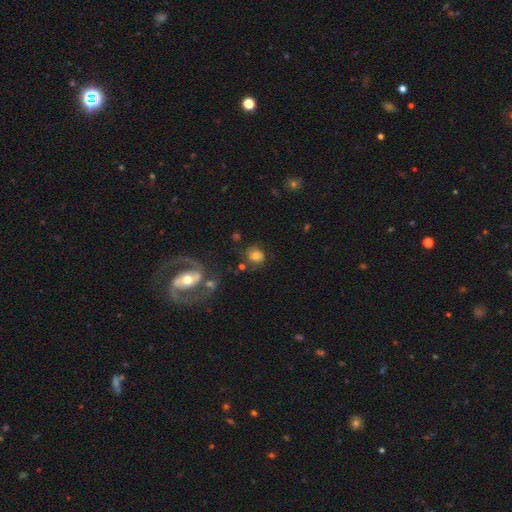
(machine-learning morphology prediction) type=smooth (59%); roundness=round (71%); merging=none (62%).